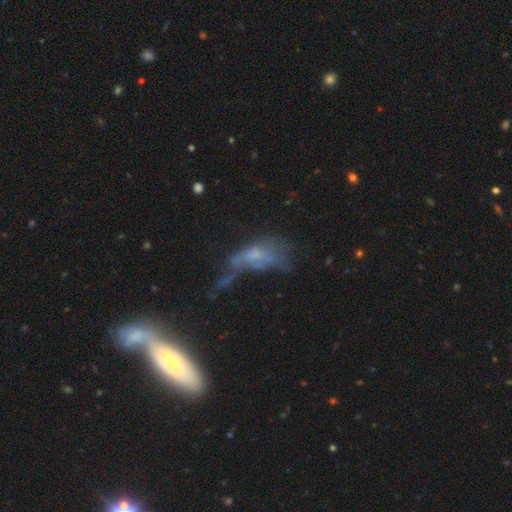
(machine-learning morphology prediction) featured or disk 41%, smooth 39%, star or artifact 20%. Down the decision tree: merging — major disturbance (38%).